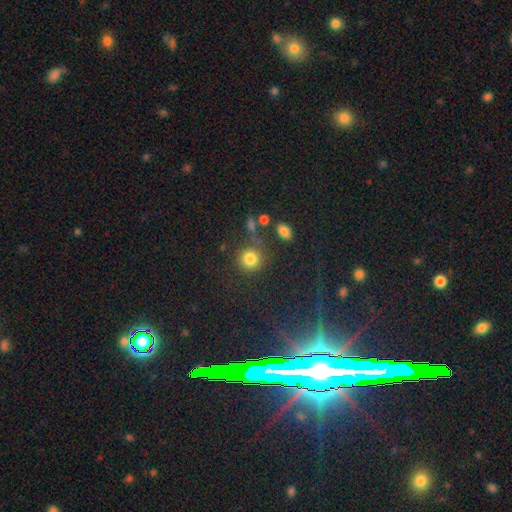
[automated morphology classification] A star or artifact, not a galaxy (54%).